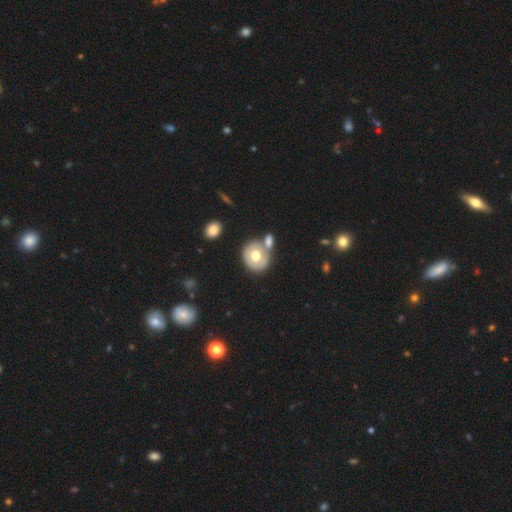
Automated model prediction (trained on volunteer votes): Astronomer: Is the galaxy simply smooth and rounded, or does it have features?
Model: smooth — 49% (runner-up: featured or disk, 44%).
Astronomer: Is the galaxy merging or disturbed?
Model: none — 53%.